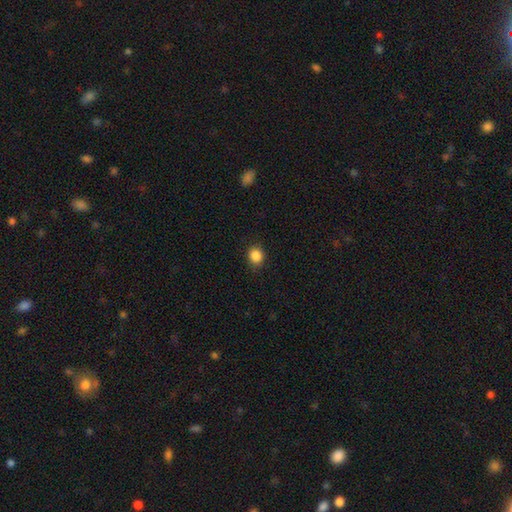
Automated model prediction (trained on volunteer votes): Smooth or featured? Predicted: smooth (p=0.87). How rounded? Predicted: round (p=0.76). Merging? Predicted: none (p=0.89).